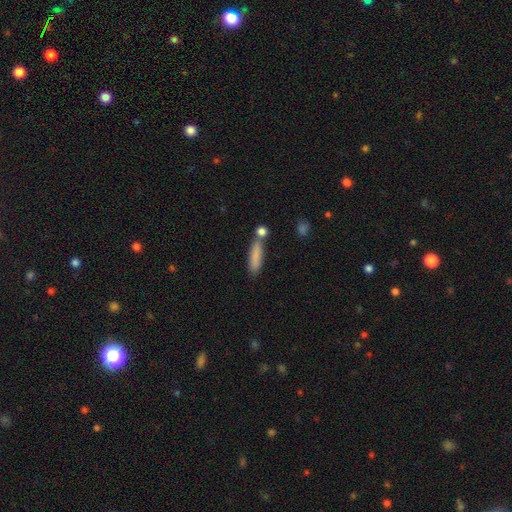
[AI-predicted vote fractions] Smooth or featured? Predicted: smooth (p=0.82). How rounded? Predicted: cigar-shaped (p=0.75). Merging? Predicted: none (p=0.67).